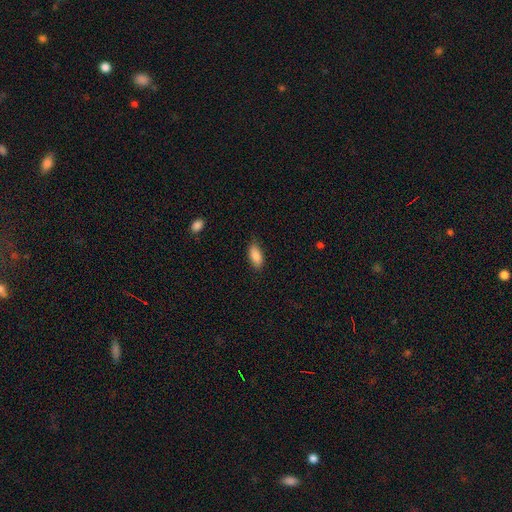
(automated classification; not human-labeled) This appears to be a smooth galaxy with no disk features (87%) that is in between round and cigar-shaped (89%). Merging: none (81%).